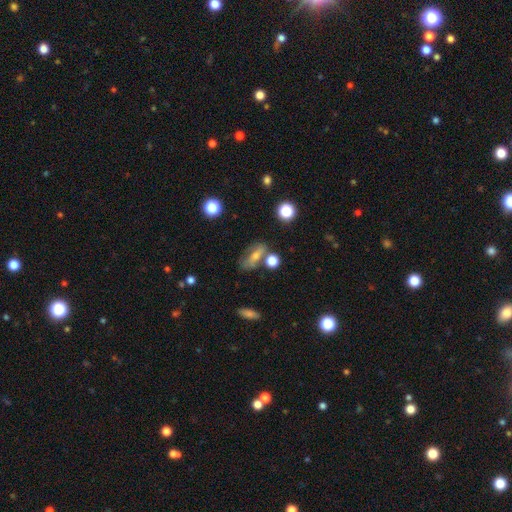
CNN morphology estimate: A smooth galaxy with no disk features (50%). Merging: none (59%).